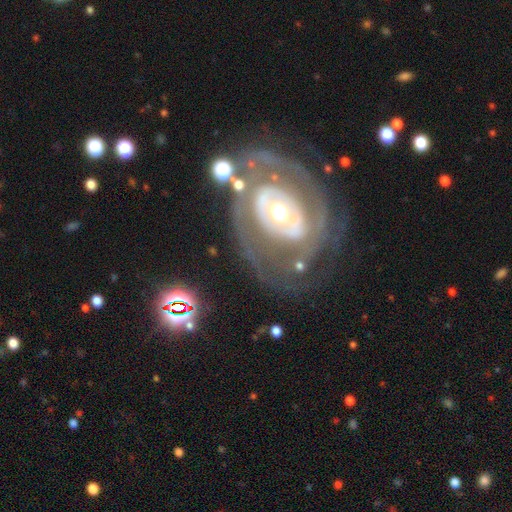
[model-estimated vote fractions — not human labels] featured or disk 80%, smooth 13%, star or artifact 7%. Down the decision tree: edge-on disk — no (95%); bar — no (60%); spiral arms — yes (64%); bulge size — moderate (50%); merging — none (66%).